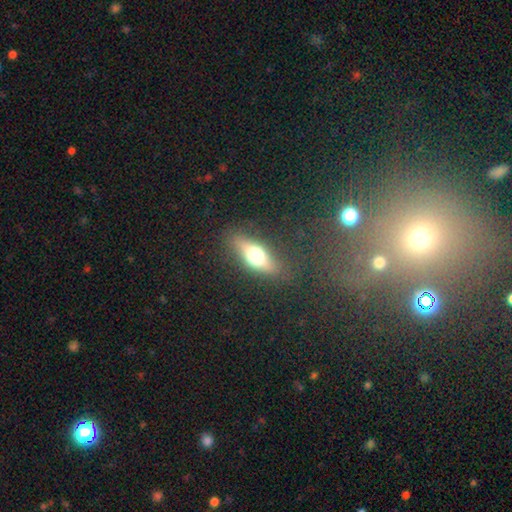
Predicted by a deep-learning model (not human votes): The model was most divided on "smooth or featured": smooth: 52%, featured or disk: 39%, star or artifact: 10%. More confident: merging — none (84%); how rounded — in between (56%).